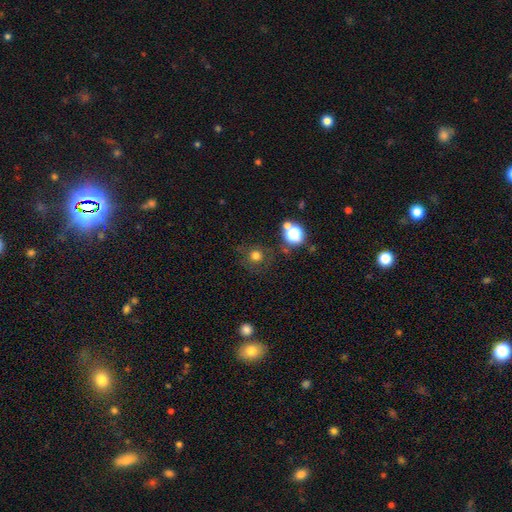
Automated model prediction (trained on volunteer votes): Q: Smooth or featured?
A: smooth (70%); runner-up: star or artifact (21%)
Q: How rounded?
A: round (91%); runner-up: in between (8%)
Q: Merging?
A: none (76%); runner-up: minor disturbance (12%)